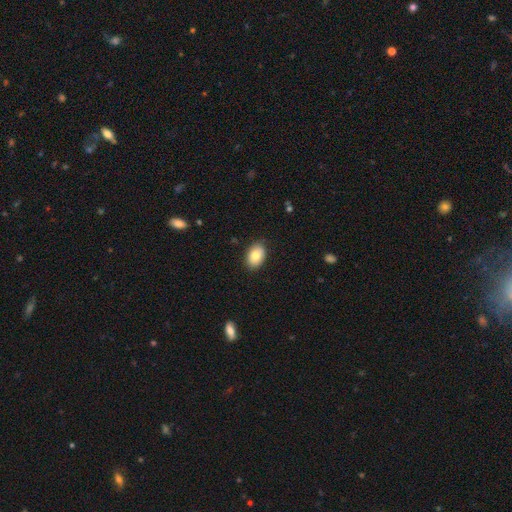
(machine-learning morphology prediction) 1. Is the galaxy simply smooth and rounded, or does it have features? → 82% smooth, 11% featured or disk, 7% star or artifact.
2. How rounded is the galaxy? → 88% in between, 11% round, 1% cigar-shaped.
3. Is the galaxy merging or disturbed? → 85% none, 11% minor disturbance, 2% major disturbance, 1% merger.